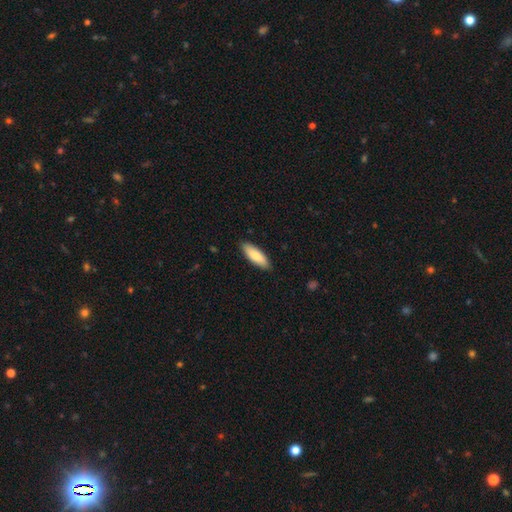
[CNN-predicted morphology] This is clearly a smooth galaxy (83%). How rounded: possibly in between (57%). Merging: clearly none (88%).